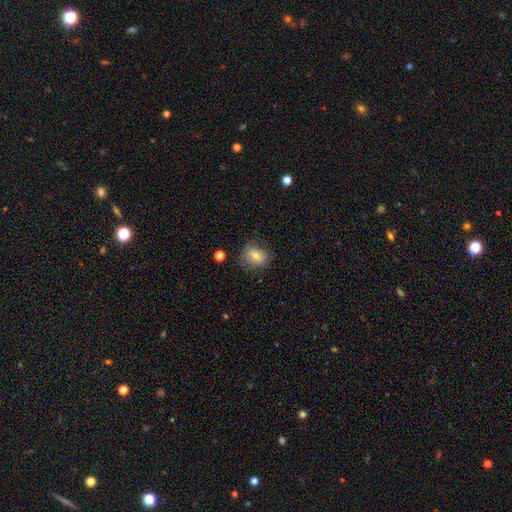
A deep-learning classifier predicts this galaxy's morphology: Smooth or featured? smooth (61%)
How rounded? round (55%)
Merging? none (70%)